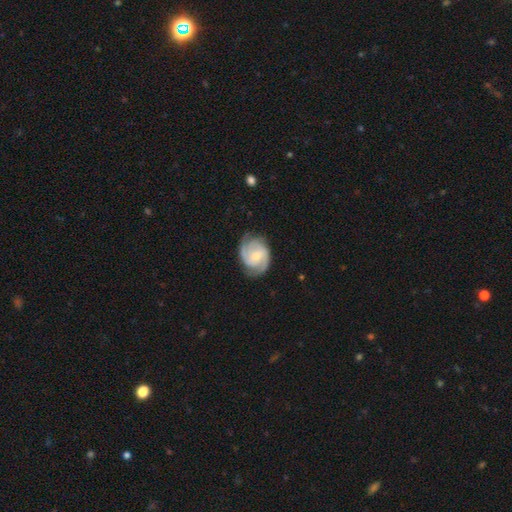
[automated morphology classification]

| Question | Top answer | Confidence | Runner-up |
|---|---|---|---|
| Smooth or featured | featured or disk | 84% | smooth (11%) |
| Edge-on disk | no | 98% | yes (2%) |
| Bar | no | 52% | weak (40%) |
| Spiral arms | yes | 97% | no (3%) |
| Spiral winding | medium | 45% | tied: tight (45%) |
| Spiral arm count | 2 | 64% | 3 (19%) |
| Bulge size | small | 55% | moderate (36%) |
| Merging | none | 75% | minor disturbance (18%) |